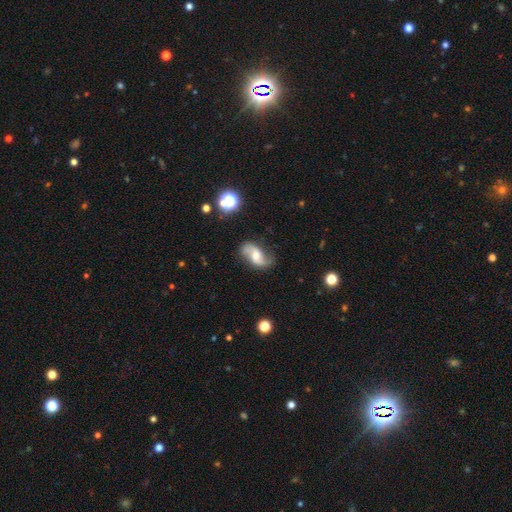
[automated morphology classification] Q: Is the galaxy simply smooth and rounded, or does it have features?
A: featured or disk — 79%.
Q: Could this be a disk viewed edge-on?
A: no — 96%.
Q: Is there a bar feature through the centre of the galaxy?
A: no — 52%.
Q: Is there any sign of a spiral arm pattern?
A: yes — 95%.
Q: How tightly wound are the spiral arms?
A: loose — 70%.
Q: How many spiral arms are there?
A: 2 — 91%.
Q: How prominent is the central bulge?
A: moderate — 57%.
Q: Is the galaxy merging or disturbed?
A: none — 73%.